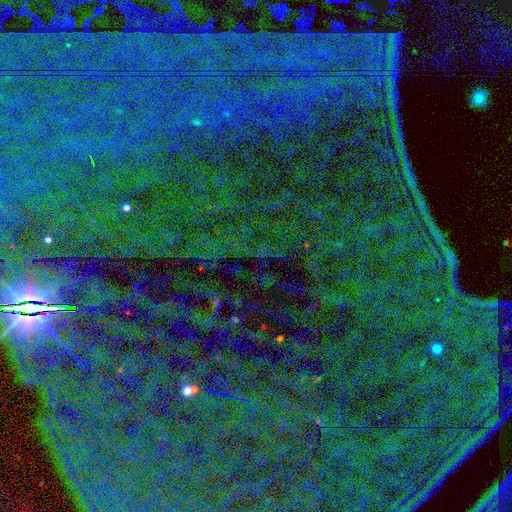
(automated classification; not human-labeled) A star or artifact, not a galaxy (87%).

Vote fractions:
- Smooth or featured? star or artifact: 87% / featured or disk: 7% / smooth: 6%